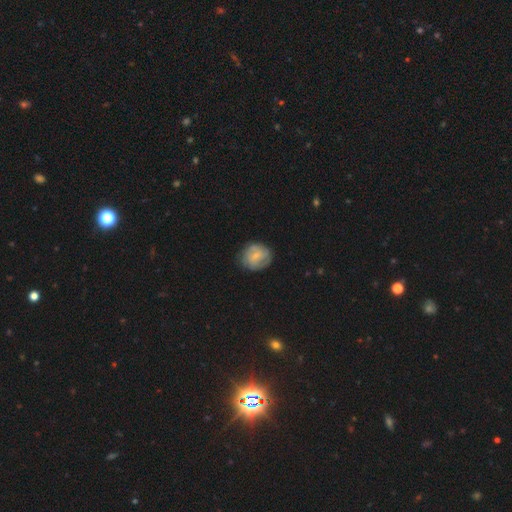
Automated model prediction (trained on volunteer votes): smooth_or_featured: smooth (p=0.52) [alt: featured or disk p=0.41]
how_rounded: round (p=0.77) [alt: in between p=0.22]
merging: none (p=0.72) [alt: minor disturbance p=0.20]